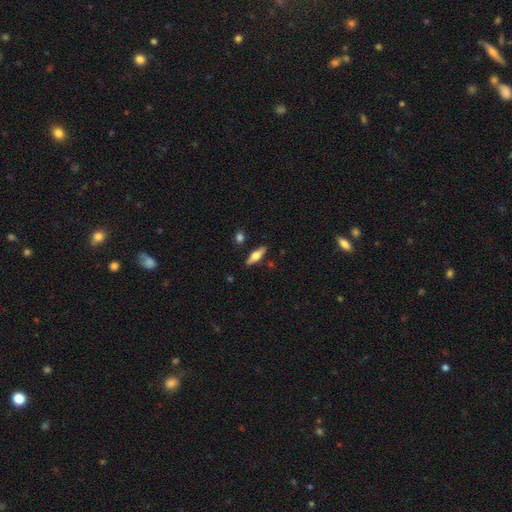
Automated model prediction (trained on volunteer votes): smooth_or_featured: featured or disk (p=0.47) [tied with: smooth p=0.47]
merging: none (p=0.86) [alt: minor disturbance p=0.10]